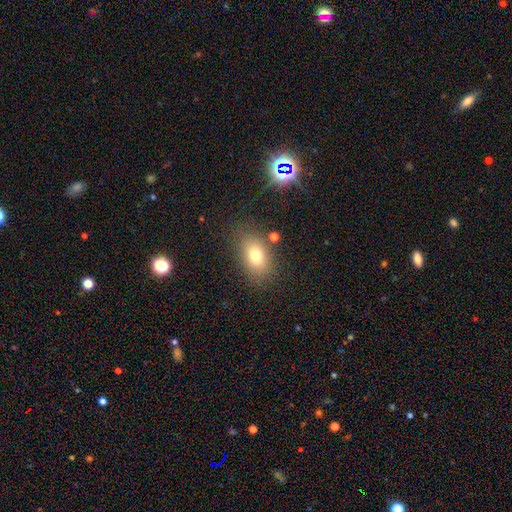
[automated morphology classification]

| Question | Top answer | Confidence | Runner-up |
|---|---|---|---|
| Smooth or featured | smooth | 75% | featured or disk (13%) |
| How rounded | in between | 82% | round (16%) |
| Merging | none | 79% | minor disturbance (12%) |